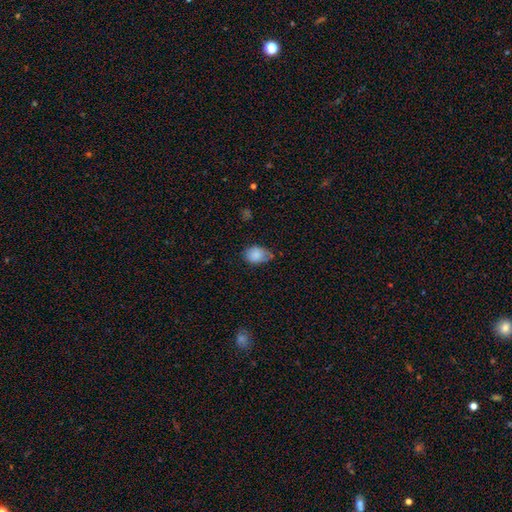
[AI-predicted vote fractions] Morphology: type=smooth (85%); roundness=in between (72%); merging=none (55%).